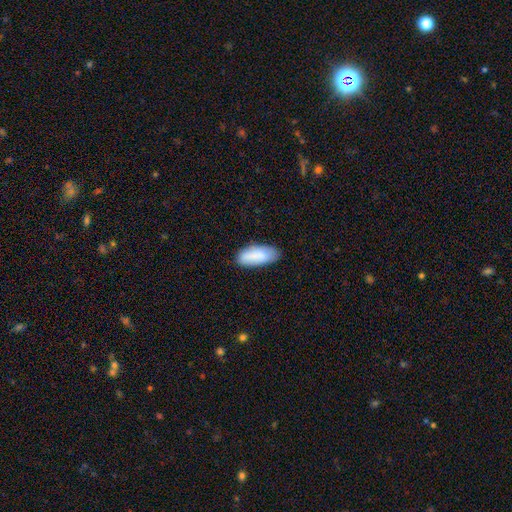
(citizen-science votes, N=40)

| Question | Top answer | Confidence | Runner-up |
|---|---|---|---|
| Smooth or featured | smooth | 95% | star or artifact (5%) |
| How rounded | in between | 92% | cigar-shaped (5%) |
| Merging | none | 61% | minor disturbance (37%) |